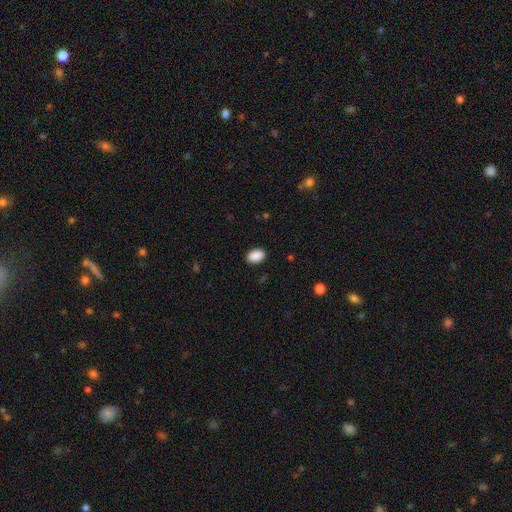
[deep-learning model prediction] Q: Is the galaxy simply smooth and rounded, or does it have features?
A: smooth — 90%.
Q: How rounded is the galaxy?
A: in between — 88%.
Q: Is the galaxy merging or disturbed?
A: none — 88%.